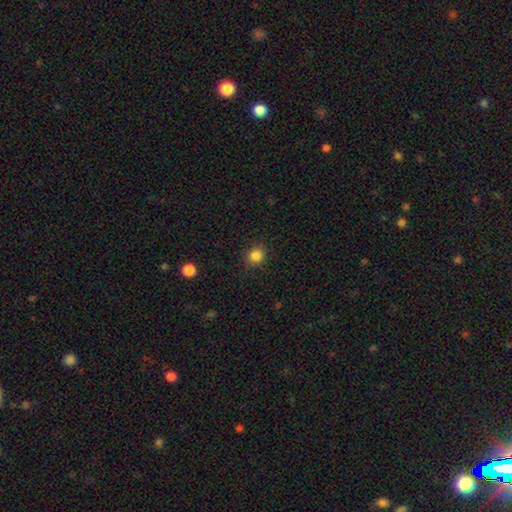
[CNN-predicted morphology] This appears to be a smooth galaxy with no disk features (85%) that is round (86%). Merging: none (89%).